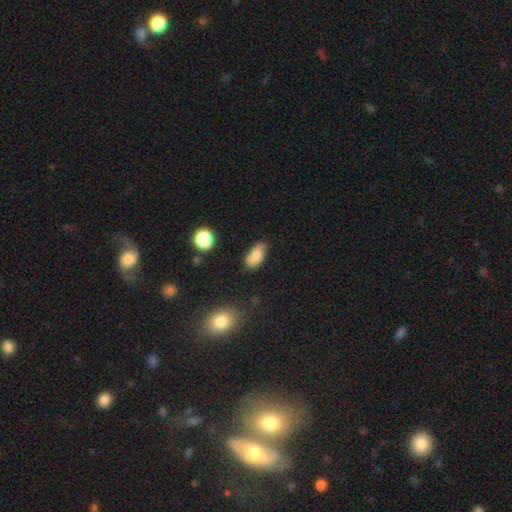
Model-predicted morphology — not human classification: Overall: smooth (73%). How rounded: in between (91%). Merging: none (64%).